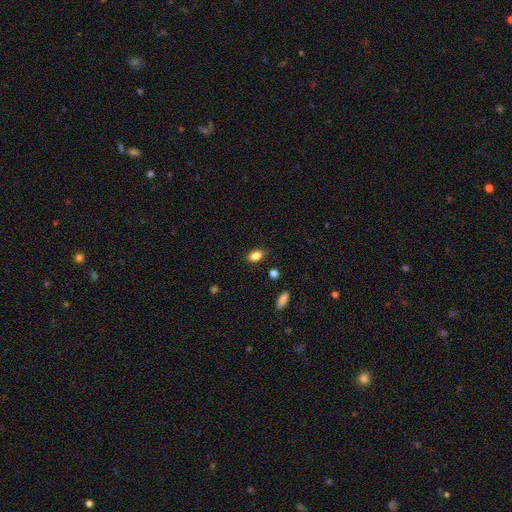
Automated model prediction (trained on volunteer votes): smooth-or-featured: smooth: 84% | star or artifact: 9% | featured or disk: 6%
  how-rounded: in between: 84% | round: 14% | cigar-shaped: 3%
  merging: none: 85% | minor disturbance: 11% | major disturbance: 2% | merger: 2%